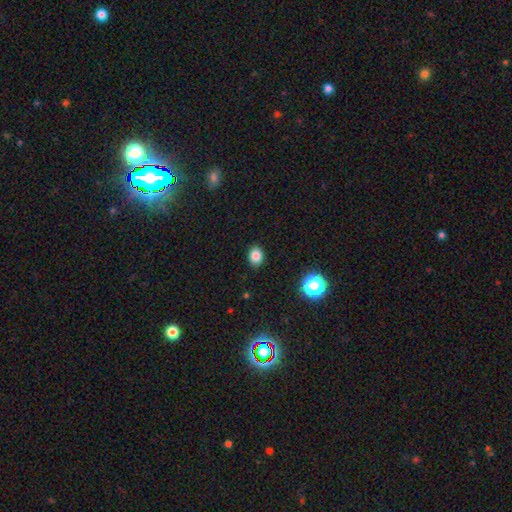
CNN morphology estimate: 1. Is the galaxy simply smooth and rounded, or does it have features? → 83% smooth, 12% star or artifact, 5% featured or disk.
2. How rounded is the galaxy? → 57% in between, 42% round, 1% cigar-shaped.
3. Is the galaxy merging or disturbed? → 89% none, 8% minor disturbance, 2% major disturbance, 1% merger.